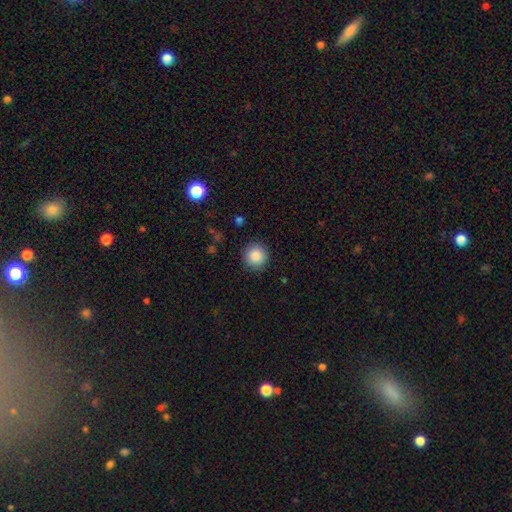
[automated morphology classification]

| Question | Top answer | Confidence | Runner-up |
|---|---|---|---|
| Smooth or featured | smooth | 87% | star or artifact (9%) |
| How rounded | round | 95% | in between (4%) |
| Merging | none | 91% | minor disturbance (6%) |